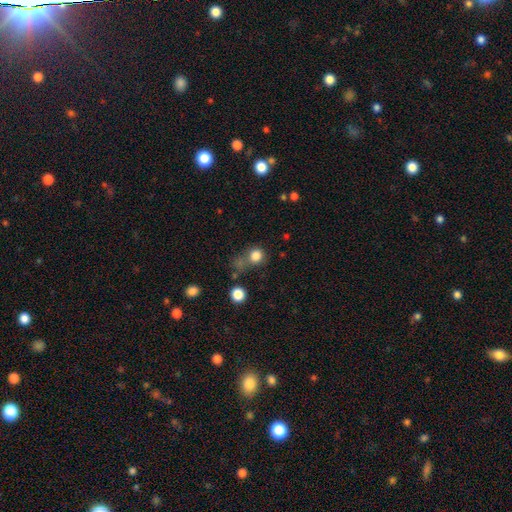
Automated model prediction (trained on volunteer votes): This is clearly a smooth galaxy (80%). How rounded: clearly round (82%). Merging: possibly none (51%).